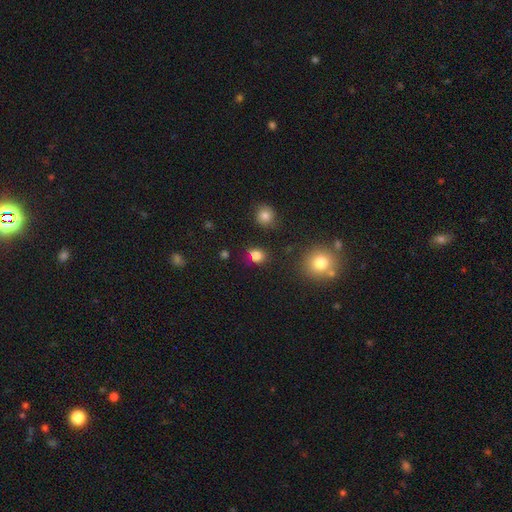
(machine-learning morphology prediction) Smooth or featured?
  - smooth: 81% *
  - star or artifact: 14%
  - featured or disk: 5%
How rounded?
  - round: 59% *
  - in between: 40%
  - cigar-shaped: 1%
Merging?
  - none: 76% *
  - minor disturbance: 13%
  - merger: 7%
  - major disturbance: 4%